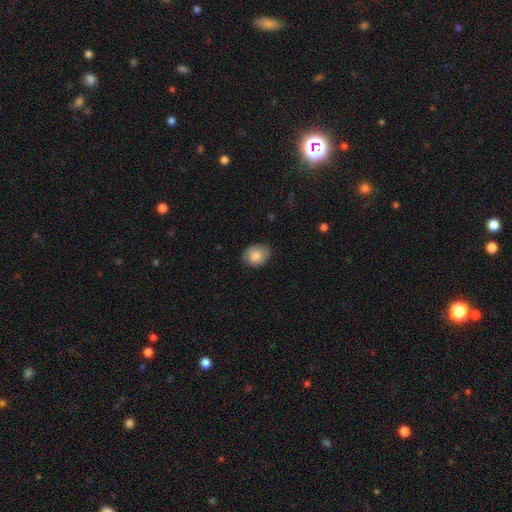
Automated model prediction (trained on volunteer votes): A smooth galaxy with no disk features (74%) that is round (52%).

Vote fractions:
- Smooth or featured? smooth: 74% / featured or disk: 18% / star or artifact: 8%
- How rounded? round: 52% / in between: 47% / cigar-shaped: 1%
- Merging? none: 73% / minor disturbance: 21% / major disturbance: 5% / merger: 1%